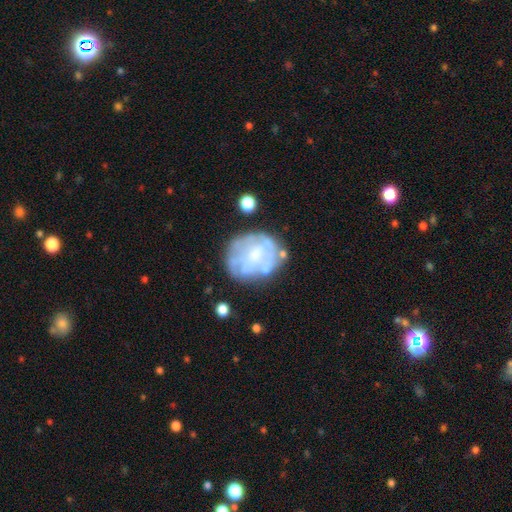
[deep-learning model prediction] Overall: featured or disk (64%; smooth 28%). Edge-on disk: no (97%). Bar: no (68%). Spiral arms: no (70%; yes 30%). Bulge size: small (42%; moderate 38%). Merging: none (61%; minor disturbance 21%).